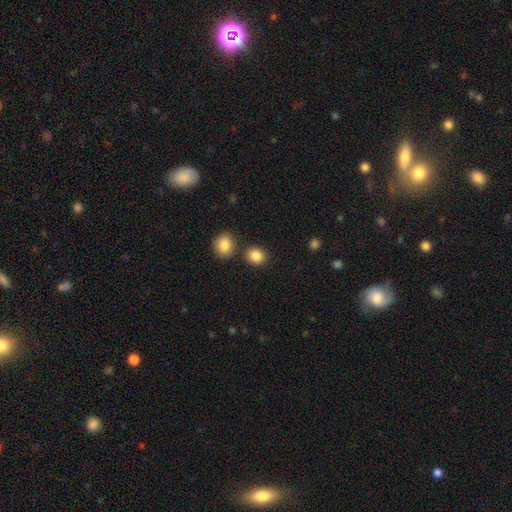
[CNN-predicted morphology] Smooth or featured? Predicted: smooth (p=0.87). How rounded? Predicted: round (p=0.73). Merging? Predicted: none (p=0.79).